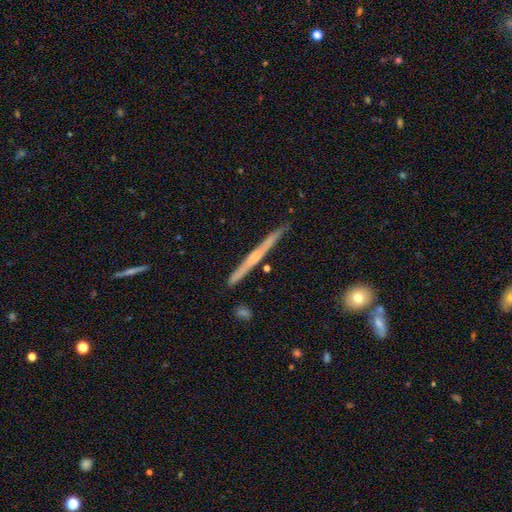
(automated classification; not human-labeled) This is likely a featured or disk galaxy (68%). It is clearly viewed edge-on (98%). Edge-on bulge: possibly none (56%). Merging: clearly none (88%).